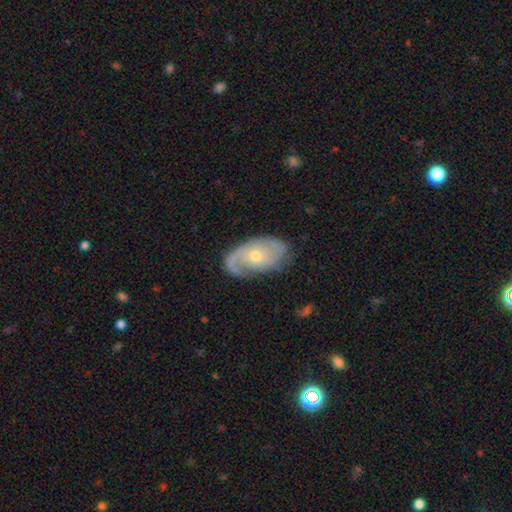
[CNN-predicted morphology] Smooth or featured? Predicted: featured or disk (p=0.78). Edge-on disk? Predicted: no (p=0.94). Bar? Predicted: no (p=0.76). Spiral arms? Predicted: yes (p=0.90). Spiral winding? Predicted: tight (p=0.42). Spiral arm count? Predicted: 2 (p=0.50). Bulge size? Predicted: moderate (p=0.49). Merging? Predicted: none (p=0.67).